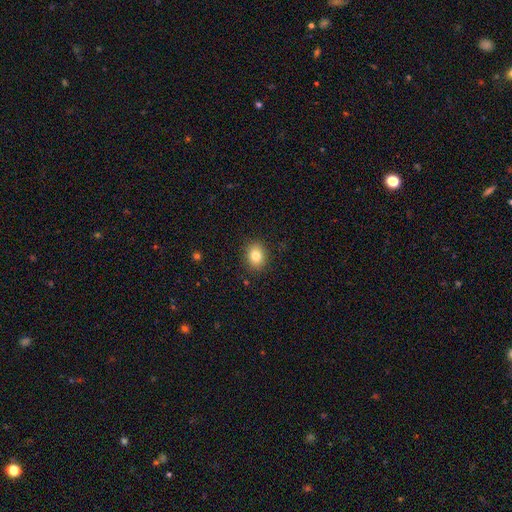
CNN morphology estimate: smooth_or_featured: smooth (p=0.82) [alt: star or artifact p=0.10]
how_rounded: round (p=0.58) [alt: in between p=0.41]
merging: none (p=0.89) [alt: minor disturbance p=0.08]